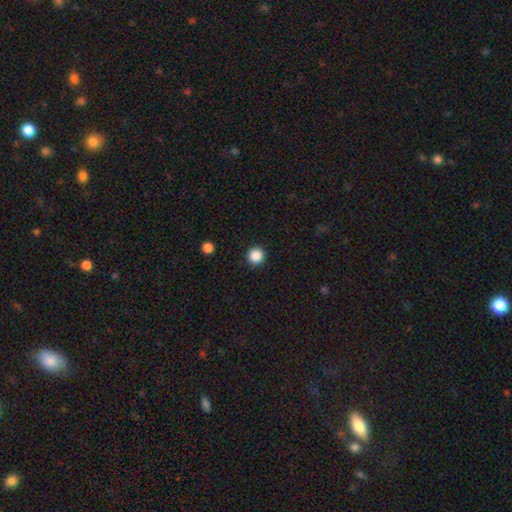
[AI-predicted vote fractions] Smooth or featured? Predicted: smooth (p=0.87). How rounded? Predicted: round (p=0.95). Merging? Predicted: none (p=0.93).